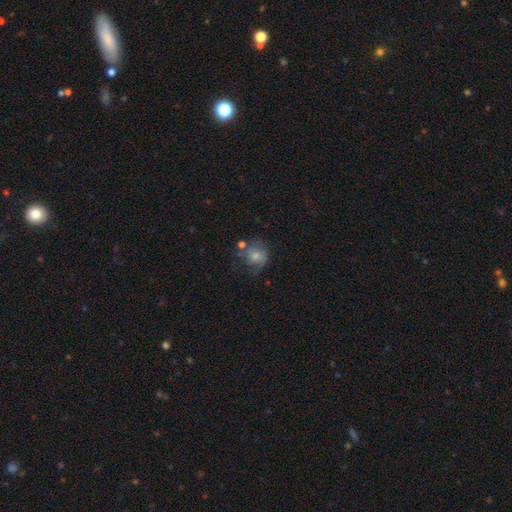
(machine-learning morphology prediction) A smooth galaxy with no disk features (47%).

Vote fractions:
- Smooth or featured? smooth: 47% / featured or disk: 42% / star or artifact: 10%
- Merging? none: 46% / minor disturbance: 25% / major disturbance: 20% / merger: 9%